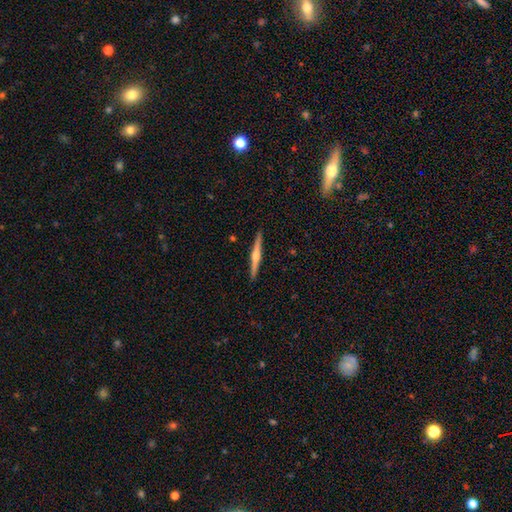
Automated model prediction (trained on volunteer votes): Q: Smooth or featured?
A: featured or disk (75%); runner-up: smooth (20%)
Q: Edge-on disk?
A: yes (98%); runner-up: no (2%)
Q: Edge-on bulge?
A: rounded (93%); runner-up: none (4%)
Q: Merging?
A: none (92%); runner-up: minor disturbance (5%)